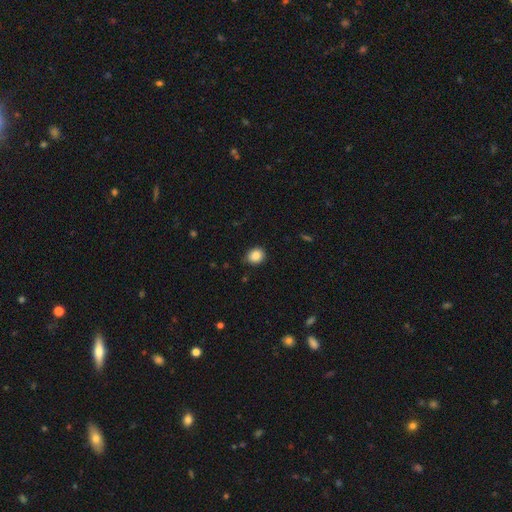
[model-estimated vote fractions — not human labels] This is clearly a smooth galaxy (87%). How rounded: likely round (69%). Merging: clearly none (82%).